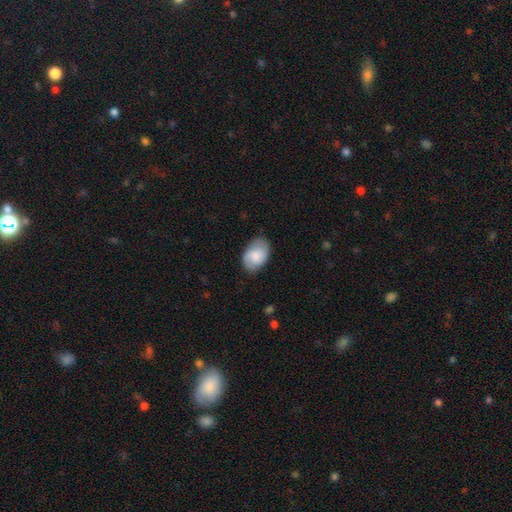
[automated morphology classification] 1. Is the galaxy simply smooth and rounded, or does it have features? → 71% smooth, 22% featured or disk, 7% star or artifact.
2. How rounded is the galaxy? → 87% in between, 12% round, 1% cigar-shaped.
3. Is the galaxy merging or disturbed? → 76% none, 19% minor disturbance, 4% major disturbance, 1% merger.